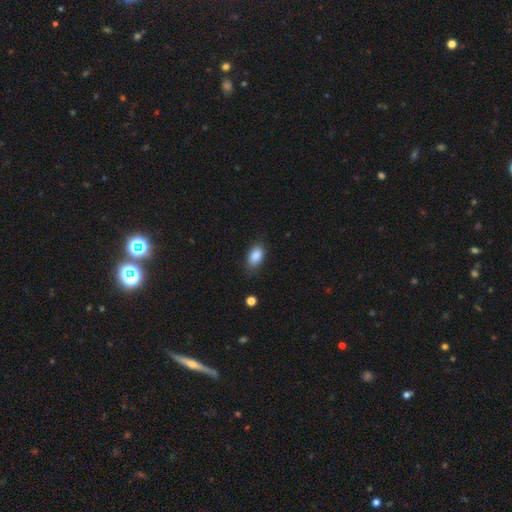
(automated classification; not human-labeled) Smooth or featured?
  - smooth: 87% *
  - star or artifact: 8%
  - featured or disk: 5%
How rounded?
  - in between: 91% *
  - round: 6%
  - cigar-shaped: 3%
Merging?
  - none: 78% *
  - minor disturbance: 17%
  - major disturbance: 4%
  - merger: 1%